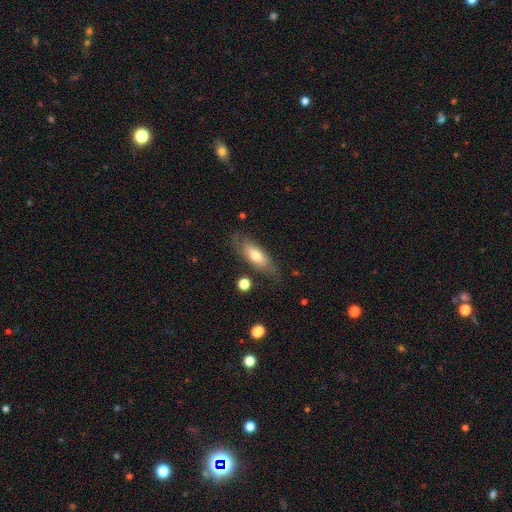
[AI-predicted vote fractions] Smooth or featured? smooth (65%)
How rounded? in between (65%)
Merging? none (70%)